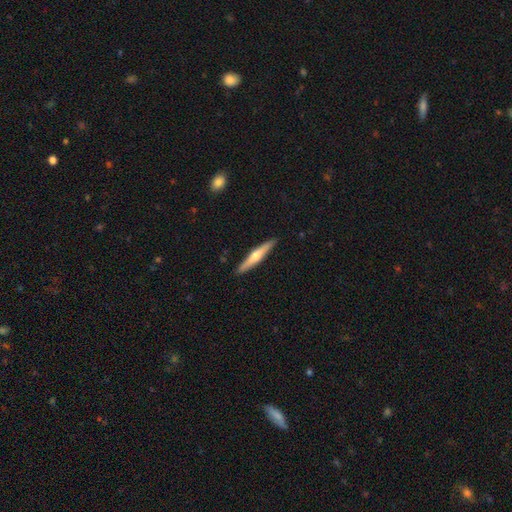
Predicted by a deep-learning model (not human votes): Smooth or featured? Predicted: featured or disk (p=0.55). Edge-on disk? Predicted: yes (p=0.96). Edge-on bulge? Predicted: rounded (p=0.87). Merging? Predicted: none (p=0.91).